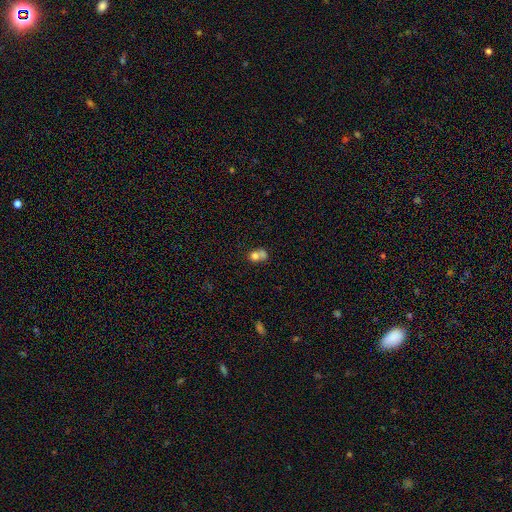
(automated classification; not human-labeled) The model was most divided on "how rounded": round: 63%, in between: 36%, cigar-shaped: 1%. More confident: smooth or featured — smooth (70%); merging — merger (61%).